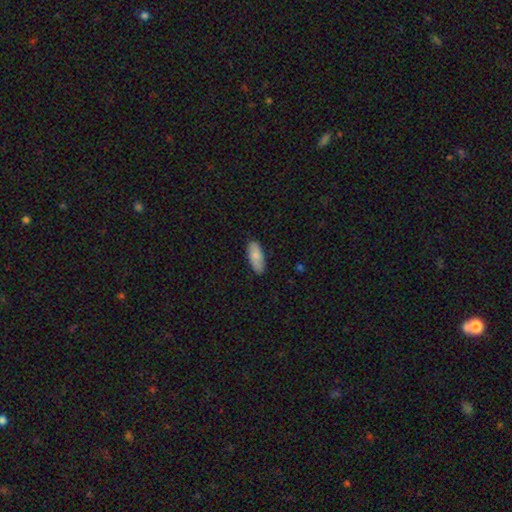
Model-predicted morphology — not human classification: A smooth galaxy with no disk features (81%) that is in between round and cigar-shaped (83%).

Vote fractions:
- Smooth or featured? smooth: 81% / featured or disk: 14% / star or artifact: 6%
- How rounded? in between: 83% / cigar-shaped: 15% / round: 2%
- Merging? none: 84% / minor disturbance: 13% / major disturbance: 2% / merger: 1%